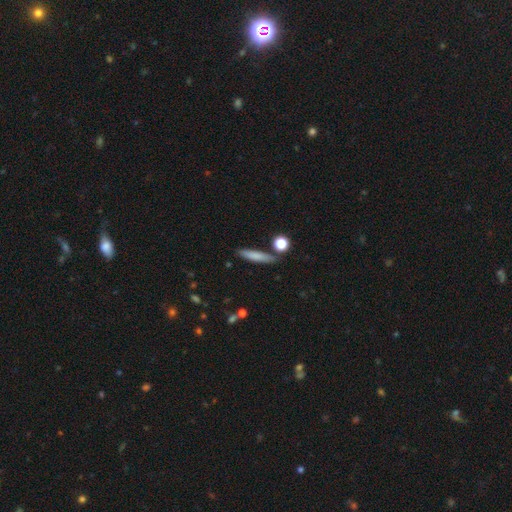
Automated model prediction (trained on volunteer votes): Smooth or featured?
  - smooth: 76% *
  - featured or disk: 17%
  - star or artifact: 7%
How rounded?
  - cigar-shaped: 85% *
  - in between: 11%
  - round: 3%
Merging?
  - none: 82% *
  - minor disturbance: 11%
  - merger: 5%
  - major disturbance: 3%